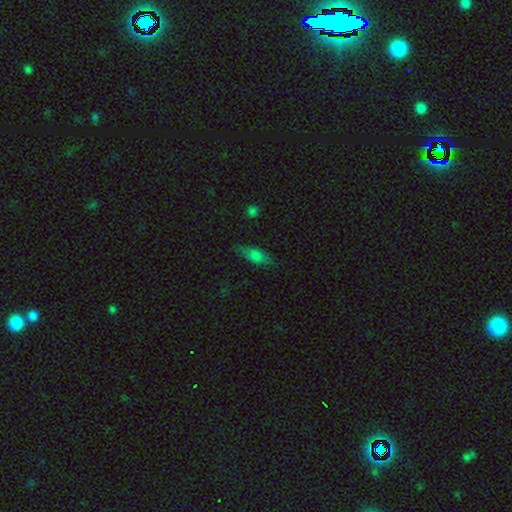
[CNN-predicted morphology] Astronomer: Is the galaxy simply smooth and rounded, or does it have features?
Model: smooth — 74%.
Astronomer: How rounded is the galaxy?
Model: in between — 74%.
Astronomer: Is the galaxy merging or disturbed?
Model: none — 74%.